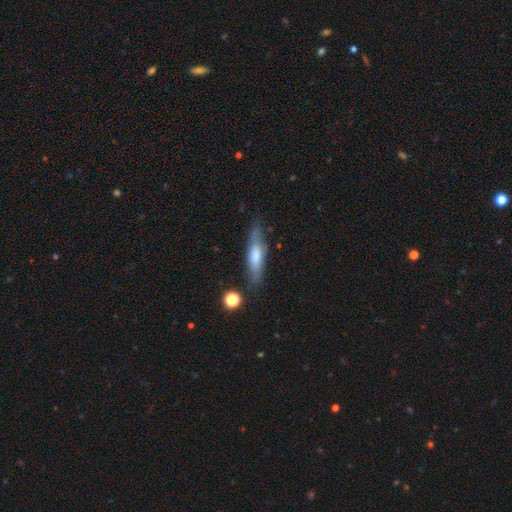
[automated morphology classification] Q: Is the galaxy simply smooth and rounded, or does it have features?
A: smooth — 57%.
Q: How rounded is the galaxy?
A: cigar-shaped — 70%.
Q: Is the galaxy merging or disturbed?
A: none — 71%.